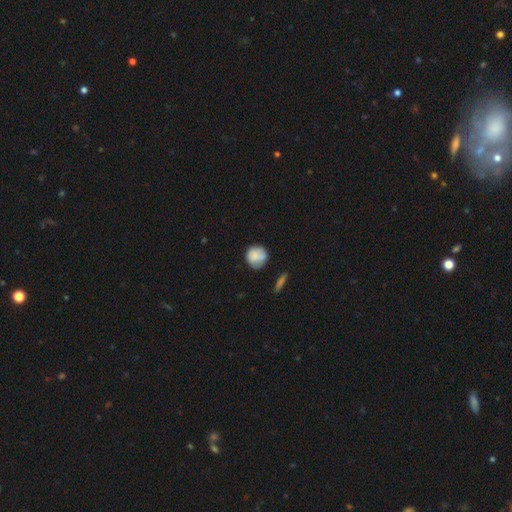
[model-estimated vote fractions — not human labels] A smooth galaxy with no disk features (78%) that is round (89%).

Vote fractions:
- Smooth or featured? smooth: 78% / featured or disk: 14% / star or artifact: 8%
- How rounded? round: 89% / in between: 10% / cigar-shaped: 1%
- Merging? none: 65% / minor disturbance: 24% / major disturbance: 6% / merger: 5%